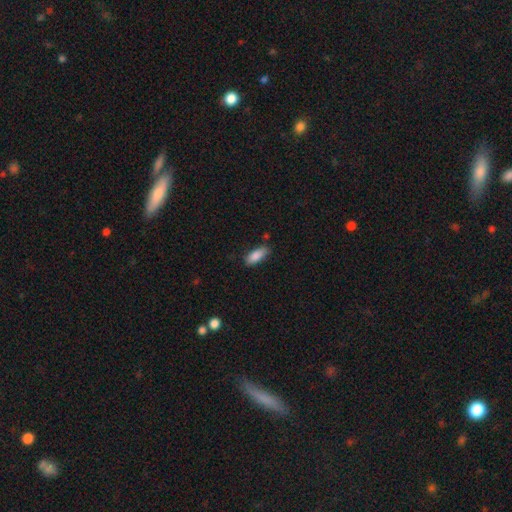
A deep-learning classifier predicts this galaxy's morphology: Smooth or featured? Predicted: smooth (p=0.86). How rounded? Predicted: in between (p=0.78). Merging? Predicted: none (p=0.76).